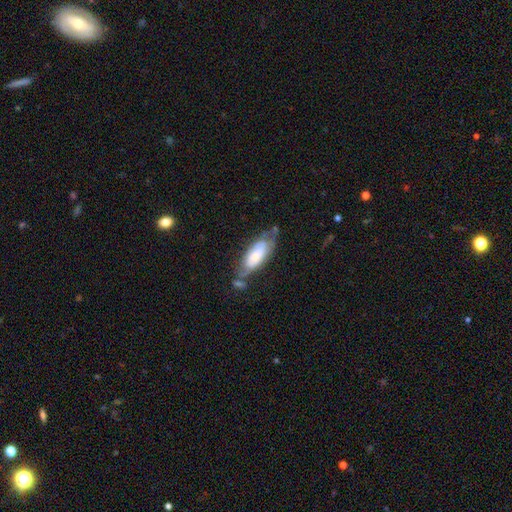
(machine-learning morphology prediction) type=smooth (57%); roundness=in between (77%); merging=none (43%).